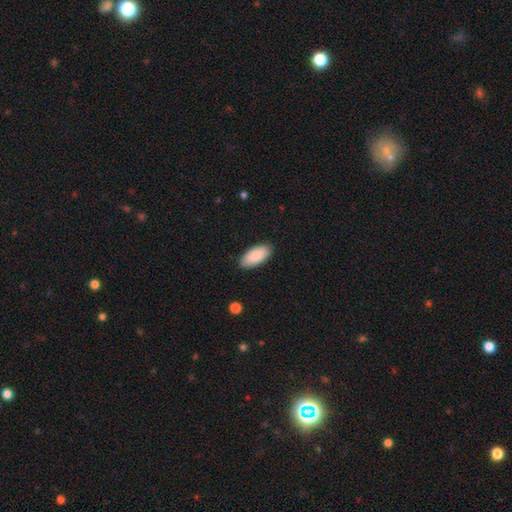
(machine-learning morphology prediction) Smooth or featured? smooth (88%)
How rounded? in between (92%)
Merging? none (88%)